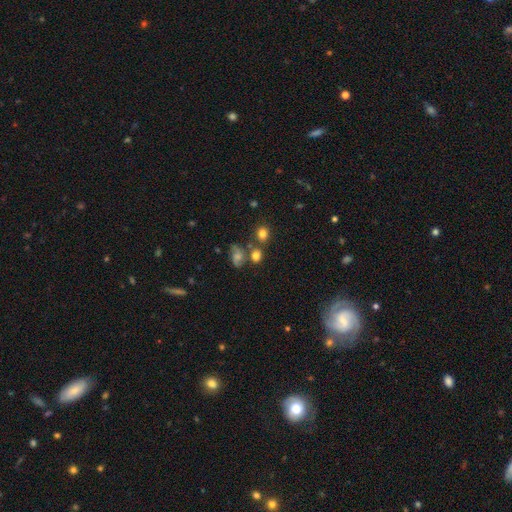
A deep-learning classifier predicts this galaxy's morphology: Overall: smooth (66%). How rounded: round (66%; in between 32%). Merging: none (58%; merger 20%).